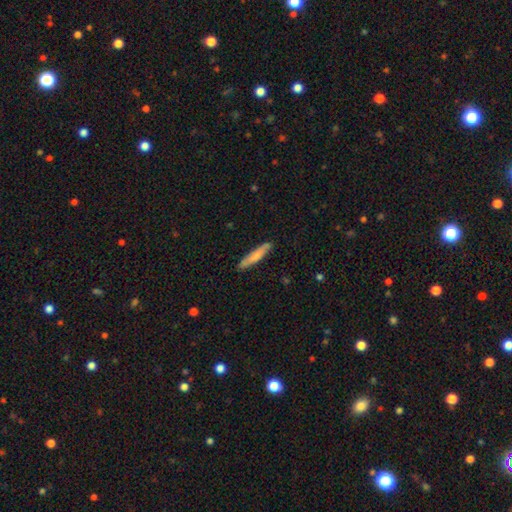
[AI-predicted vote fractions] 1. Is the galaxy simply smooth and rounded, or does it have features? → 71% smooth, 24% featured or disk, 5% star or artifact.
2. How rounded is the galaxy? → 91% cigar-shaped, 8% in between, 1% round.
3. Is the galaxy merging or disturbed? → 86% none, 11% minor disturbance, 2% major disturbance, 2% merger.